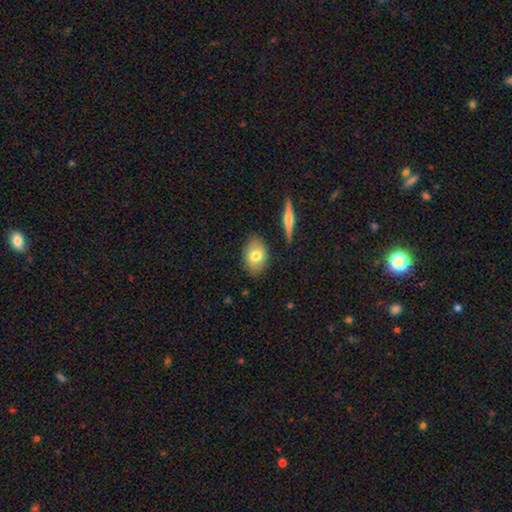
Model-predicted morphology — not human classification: type=smooth (74%); roundness=in between (80%); merging=none (83%).